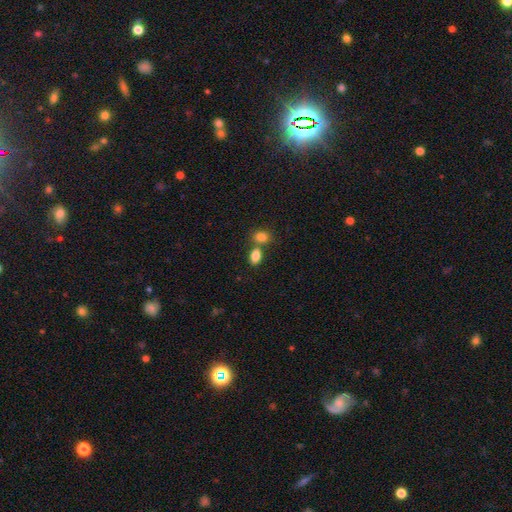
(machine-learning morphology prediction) Smooth or featured?
  - smooth: 84% *
  - star or artifact: 9%
  - featured or disk: 7%
How rounded?
  - in between: 84% *
  - round: 14%
  - cigar-shaped: 2%
Merging?
  - none: 49% *
  - merger: 38%
  - minor disturbance: 9%
  - major disturbance: 3%